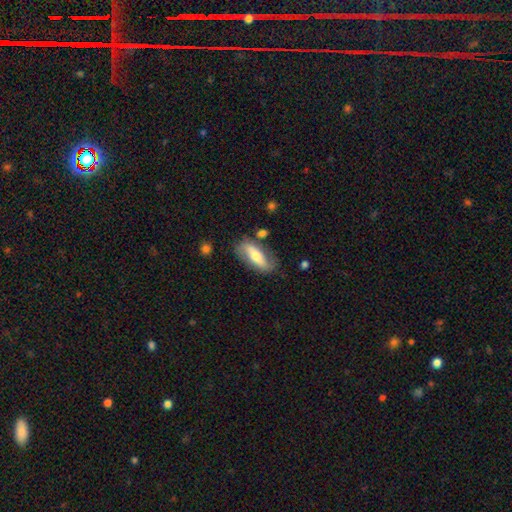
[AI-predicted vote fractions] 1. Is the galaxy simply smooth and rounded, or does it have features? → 50% smooth, 44% featured or disk, 6% star or artifact.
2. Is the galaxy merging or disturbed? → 72% none, 18% minor disturbance, 6% major disturbance, 4% merger.